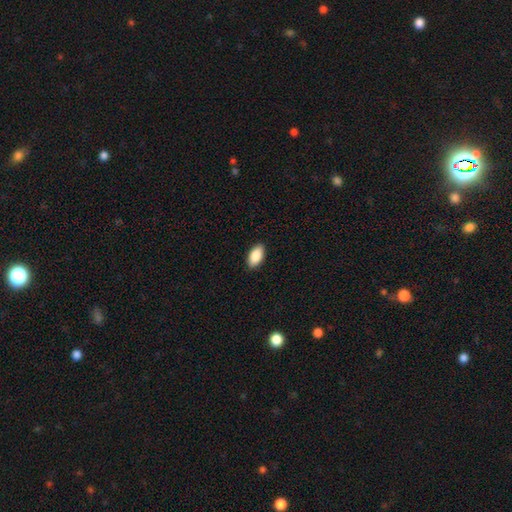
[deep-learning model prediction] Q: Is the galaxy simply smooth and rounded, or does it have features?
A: smooth — 89%.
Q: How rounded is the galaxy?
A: in between — 94%.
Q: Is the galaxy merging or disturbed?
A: none — 90%.